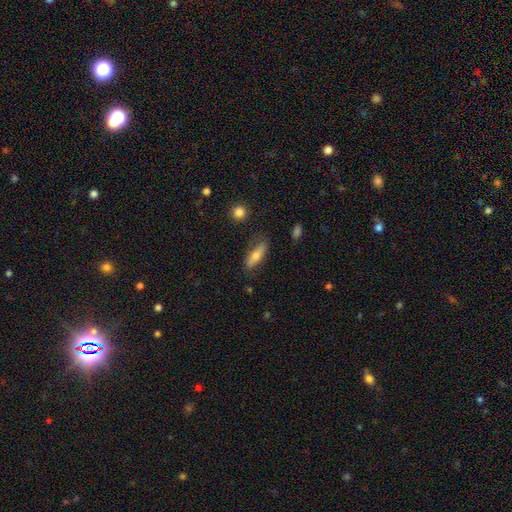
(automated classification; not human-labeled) Smooth or featured? smooth (63%)
How rounded? cigar-shaped (52%)
Merging? none (80%)